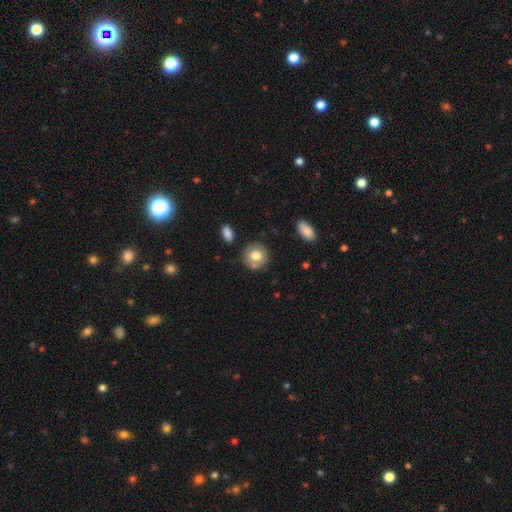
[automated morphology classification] type=smooth (76%); roundness=round (87%); merging=none (76%).